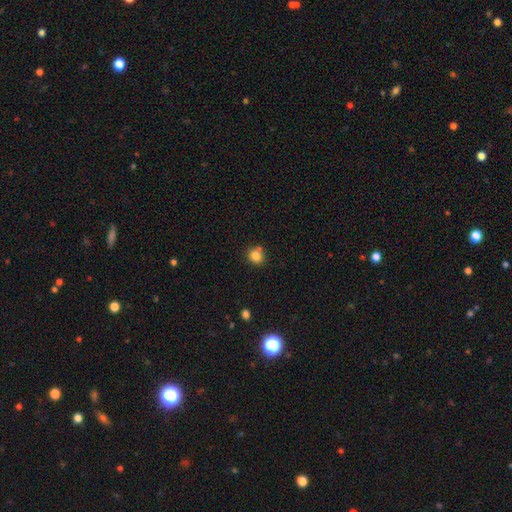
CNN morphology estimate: A smooth galaxy with no disk features (83%) that is round (86%).

Vote fractions:
- Smooth or featured? smooth: 83% / star or artifact: 12% / featured or disk: 6%
- How rounded? round: 86% / in between: 13% / cigar-shaped: 1%
- Merging? none: 74% / merger: 12% / minor disturbance: 12% / major disturbance: 3%